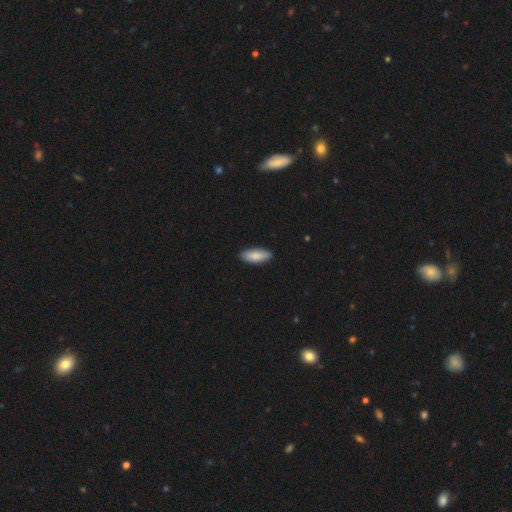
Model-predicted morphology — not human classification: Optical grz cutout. It shows a smooth galaxy with no disk features (87%) that is in between round and cigar-shaped (73%). Merging: none (88%).